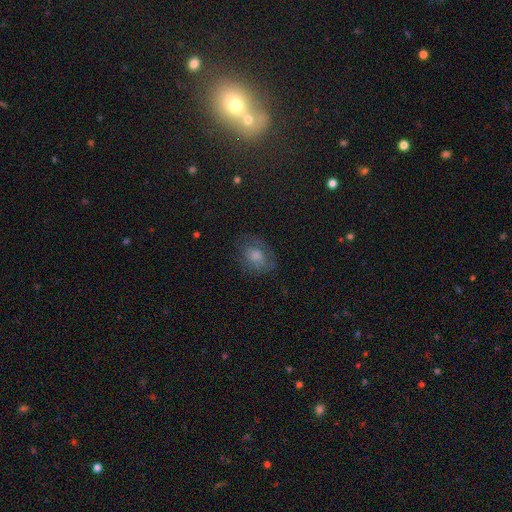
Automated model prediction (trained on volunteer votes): Overall: smooth (49%; featured or disk 28%). Merging: none (71%).